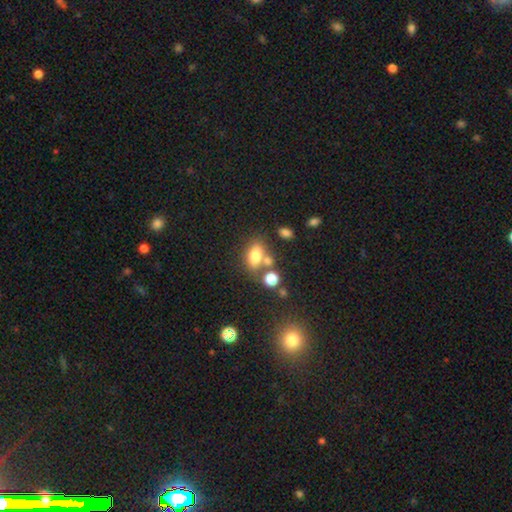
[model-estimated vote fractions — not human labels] smooth_or_featured: smooth (p=0.75) [alt: featured or disk p=0.13]
how_rounded: in between (p=0.80) [alt: round p=0.16]
merging: none (p=0.53) [alt: merger p=0.27]